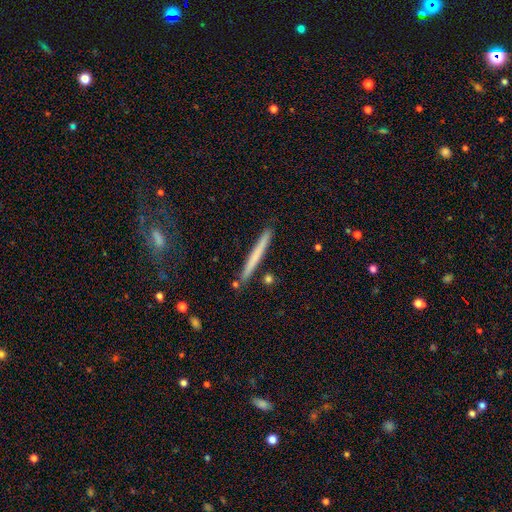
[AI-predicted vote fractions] smooth_or_featured: smooth (p=0.60) [alt: featured or disk p=0.34]
how_rounded: cigar-shaped (p=0.97) [alt: in between p=0.02]
merging: none (p=0.88) [alt: minor disturbance p=0.08]